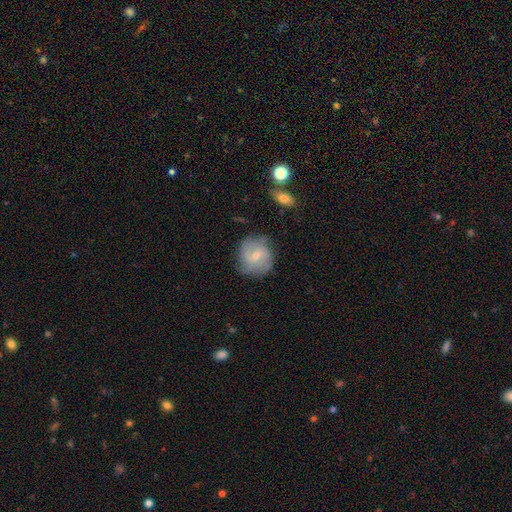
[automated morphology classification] A featured or disk galaxy (59%) with no bar (58%), spiral arms (85%) and a small central bulge (57%).

Vote fractions:
- Smooth or featured? featured or disk: 59% / smooth: 34% / star or artifact: 7%
- Edge-on disk? no: 97% / yes: 3%
- Bar? no: 58% / weak: 36% / strong: 6%
- Spiral arms? yes: 85% / no: 15%
- Bulge size? small: 57% / moderate: 39% / none: 1% / large: 1% / dominant: 1%
- Merging? none: 70% / minor disturbance: 21% / major disturbance: 7% / merger: 2%